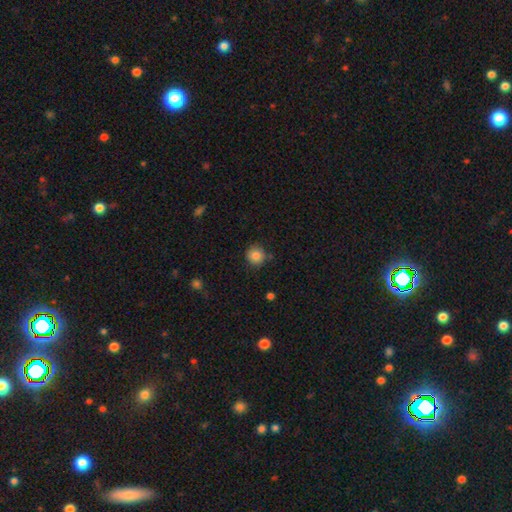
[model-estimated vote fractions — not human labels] Overall: smooth (83%). How rounded: round (92%). Merging: none (85%).